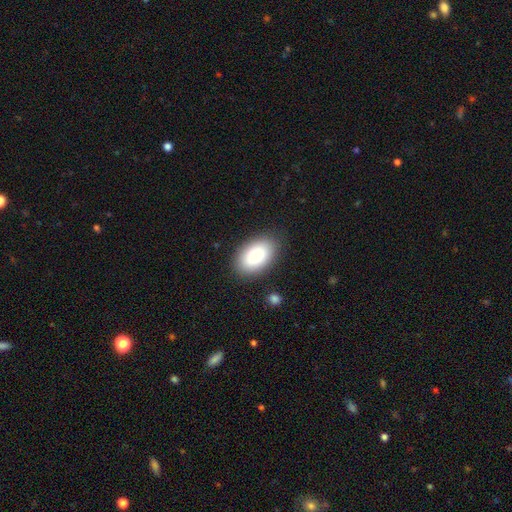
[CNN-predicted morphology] smooth-or-featured: smooth: 81% | featured or disk: 12% | star or artifact: 7%
  how-rounded: in between: 91% | round: 8% | cigar-shaped: 1%
  merging: none: 83% | minor disturbance: 12% | major disturbance: 3% | merger: 2%